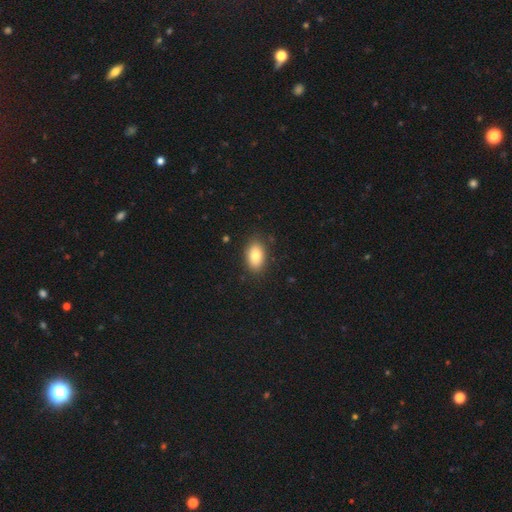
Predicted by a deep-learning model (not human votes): The model was most divided on "smooth or featured": smooth: 82%, featured or disk: 10%, star or artifact: 8%. More confident: how rounded — in between (89%); merging — none (86%).